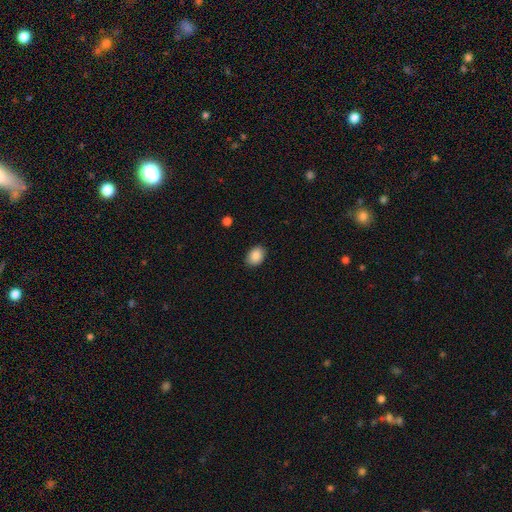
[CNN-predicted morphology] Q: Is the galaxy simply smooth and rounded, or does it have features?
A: smooth — 89%.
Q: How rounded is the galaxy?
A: in between — 71%.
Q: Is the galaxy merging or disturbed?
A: none — 87%.